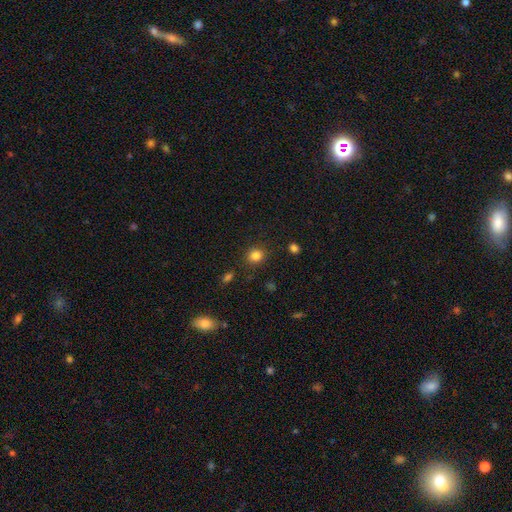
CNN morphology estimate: A smooth galaxy with no disk features (83%) that is round (76%).

Vote fractions:
- Smooth or featured? smooth: 83% / star or artifact: 12% / featured or disk: 5%
- How rounded? round: 76% / in between: 24% / cigar-shaped: 1%
- Merging? none: 85% / minor disturbance: 9% / major disturbance: 3% / merger: 2%